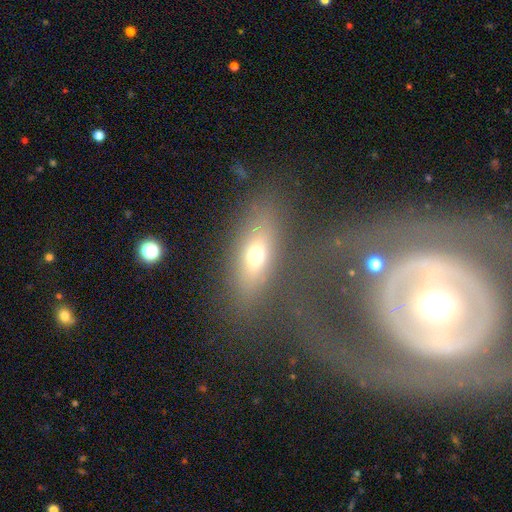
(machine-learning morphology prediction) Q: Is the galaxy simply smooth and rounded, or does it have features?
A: smooth — 64%.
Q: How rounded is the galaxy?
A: in between — 68%.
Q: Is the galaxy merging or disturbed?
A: none — 73%.